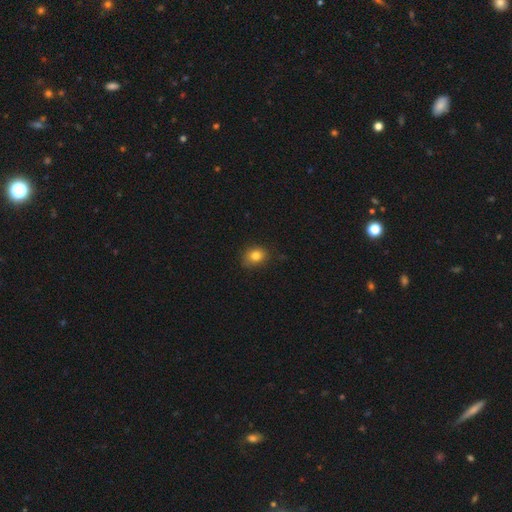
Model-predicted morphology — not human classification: smooth_or_featured: smooth (p=0.81) [alt: star or artifact p=0.11]
how_rounded: round (p=0.58) [alt: in between p=0.41]
merging: none (p=0.77) [alt: minor disturbance p=0.18]